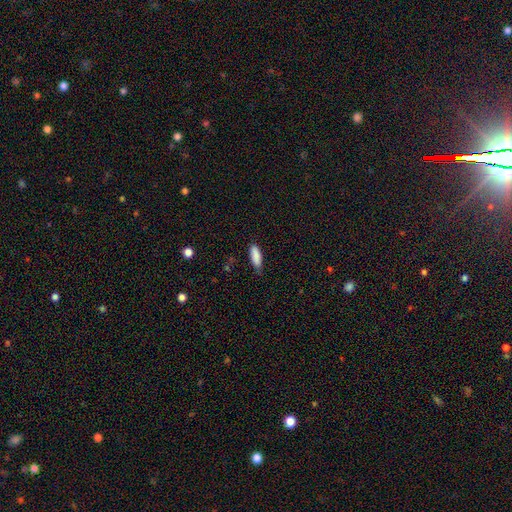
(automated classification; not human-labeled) smooth_or_featured: smooth (p=0.87) [alt: star or artifact p=0.07]
how_rounded: in between (p=0.56) [alt: cigar-shaped p=0.42]
merging: none (p=0.71) [alt: minor disturbance p=0.24]